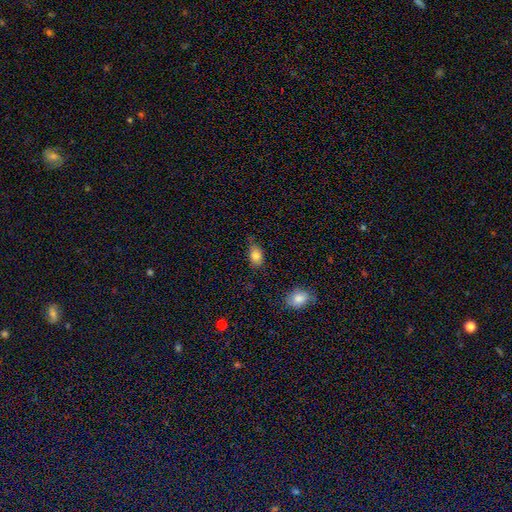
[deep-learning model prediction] Smooth or featured? Predicted: smooth (p=0.84). How rounded? Predicted: in between (p=0.85). Merging? Predicted: none (p=0.68).